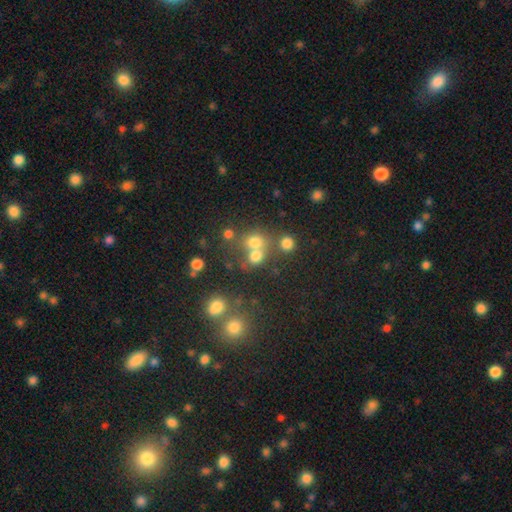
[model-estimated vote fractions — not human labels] Smooth or featured? Predicted: smooth (p=0.70). How rounded? Predicted: round (p=0.72). Merging? Predicted: none (p=0.44).